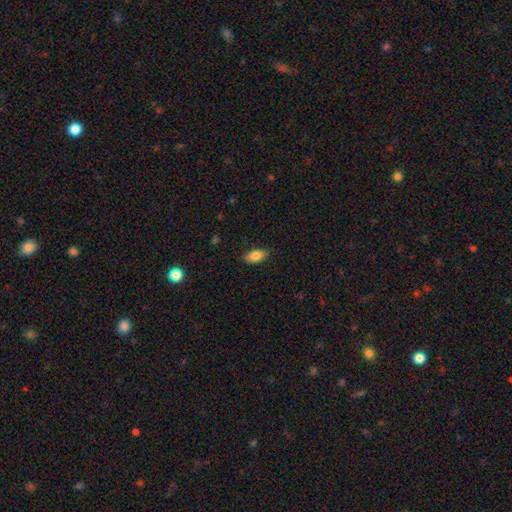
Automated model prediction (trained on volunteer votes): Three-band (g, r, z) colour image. It shows a smooth galaxy with no disk features (85%) that is in between round and cigar-shaped (90%). Merging: none (84%).